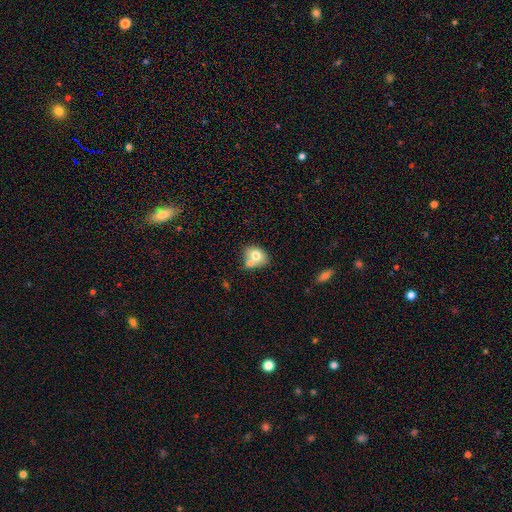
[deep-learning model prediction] Overall: smooth (73%). How rounded: round (50%; in between 49%). Merging: none (41%; merger 39%).